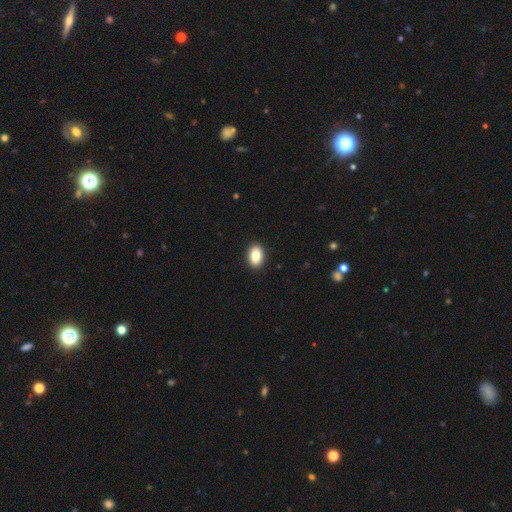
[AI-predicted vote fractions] Overall: smooth (85%). How rounded: in between (86%). Merging: none (92%).